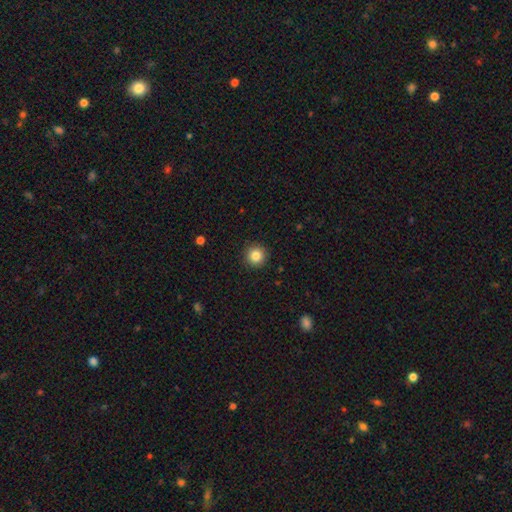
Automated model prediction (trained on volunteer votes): Smooth or featured: smooth — 84% (star or artifact — 10%)
How rounded: round — 95% (in between — 4%)
Merging: none — 92% (minor disturbance — 5%)